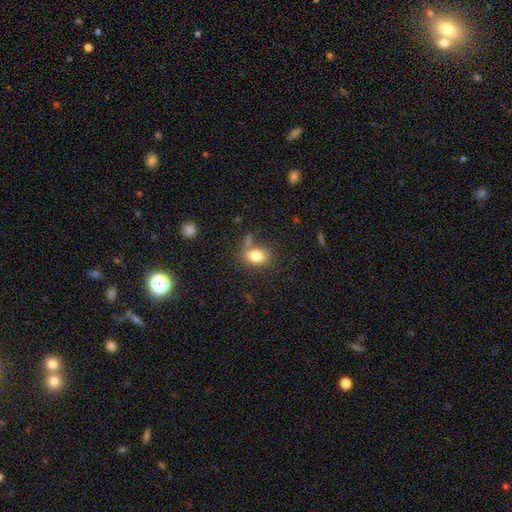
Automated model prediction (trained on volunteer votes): Smooth or featured?
  - smooth: 81% *
  - star or artifact: 10%
  - featured or disk: 9%
How rounded?
  - in between: 73% *
  - round: 25%
  - cigar-shaped: 1%
Merging?
  - none: 68% *
  - minor disturbance: 16%
  - merger: 10%
  - major disturbance: 6%